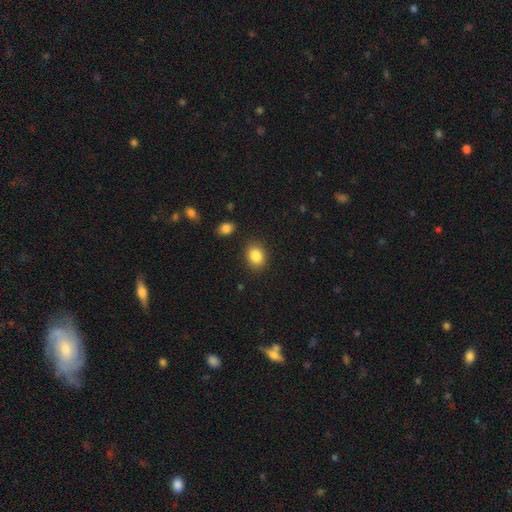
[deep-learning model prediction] A smooth galaxy with no disk features (86%) that is in between round and cigar-shaped (58%). Merging: none (86%).